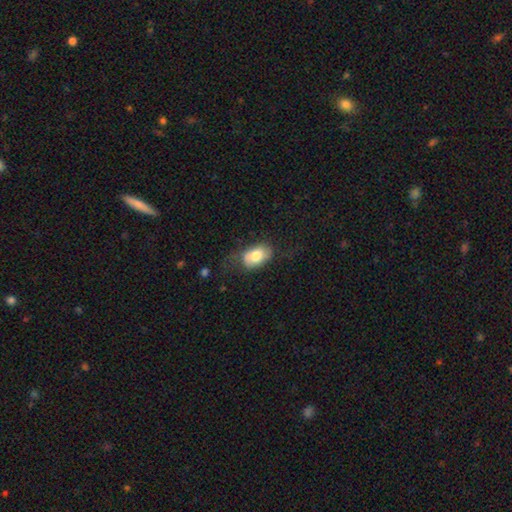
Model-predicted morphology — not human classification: smooth-or-featured: smooth: 74% | featured or disk: 18% | star or artifact: 7%
  how-rounded: in between: 88% | round: 11% | cigar-shaped: 1%
  merging: none: 55% | minor disturbance: 27% | major disturbance: 16% | merger: 2%